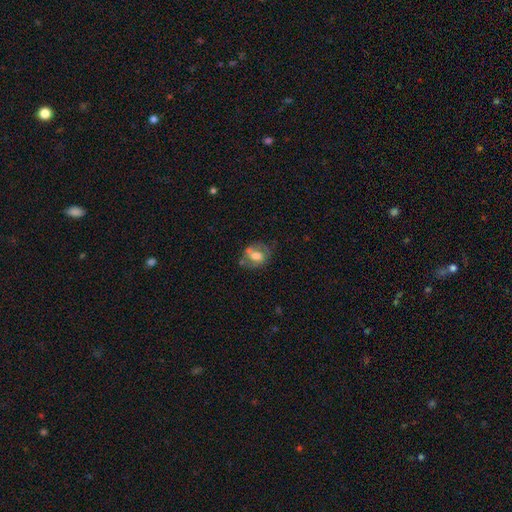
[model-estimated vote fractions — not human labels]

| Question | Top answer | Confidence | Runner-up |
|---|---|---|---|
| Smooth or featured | smooth | 47% | featured or disk (45%) |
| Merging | none | 47% | minor disturbance (26%) |